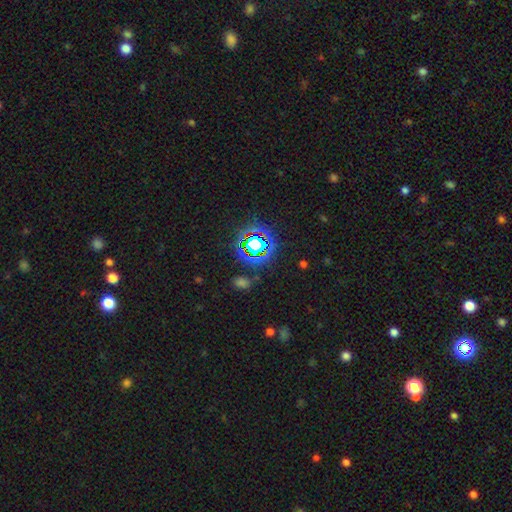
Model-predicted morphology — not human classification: Smooth or featured?
  - star or artifact: 74% *
  - smooth: 16%
  - featured or disk: 9%